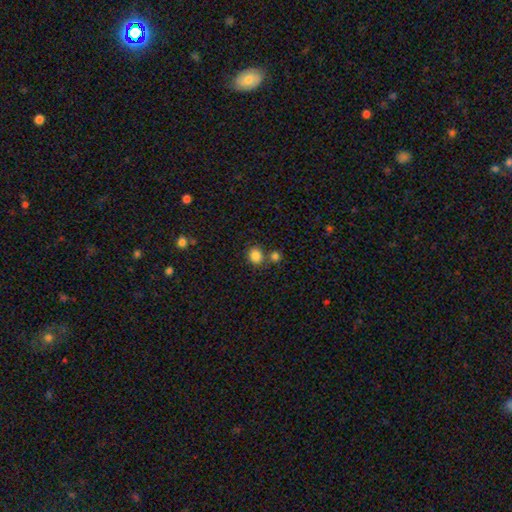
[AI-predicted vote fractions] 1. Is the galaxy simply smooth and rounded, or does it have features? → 85% smooth, 11% star or artifact, 4% featured or disk.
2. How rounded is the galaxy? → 80% round, 20% in between, 1% cigar-shaped.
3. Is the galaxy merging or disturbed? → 68% none, 19% merger, 9% minor disturbance, 3% major disturbance.